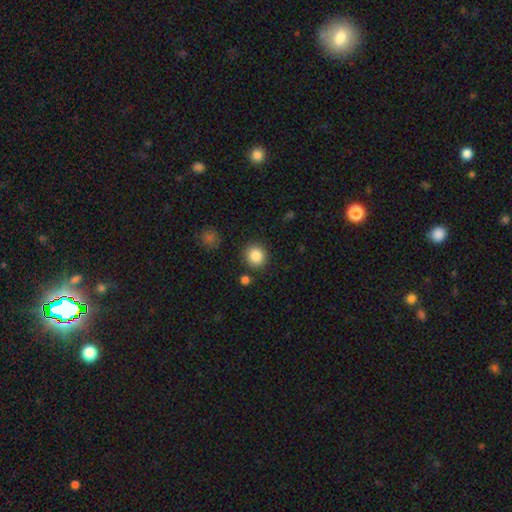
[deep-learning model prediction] A smooth galaxy with no disk features (86%) that is round (88%).

Vote fractions:
- Smooth or featured? smooth: 86% / star or artifact: 9% / featured or disk: 5%
- How rounded? round: 88% / in between: 11% / cigar-shaped: 1%
- Merging? none: 87% / minor disturbance: 7% / merger: 3% / major disturbance: 3%